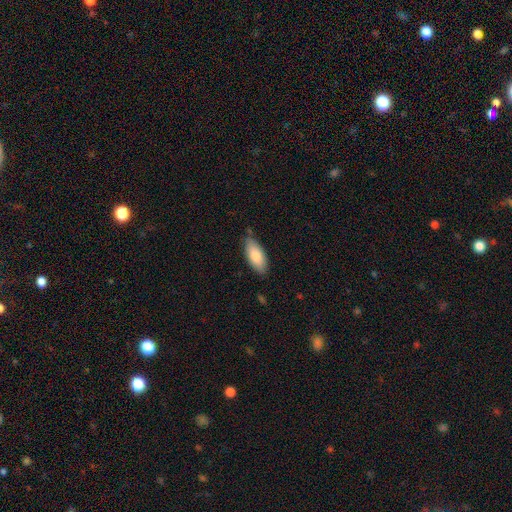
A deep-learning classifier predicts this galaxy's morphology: Q: Smooth or featured?
A: smooth (83%); runner-up: featured or disk (11%)
Q: How rounded?
A: in between (85%); runner-up: cigar-shaped (13%)
Q: Merging?
A: none (75%); runner-up: minor disturbance (19%)